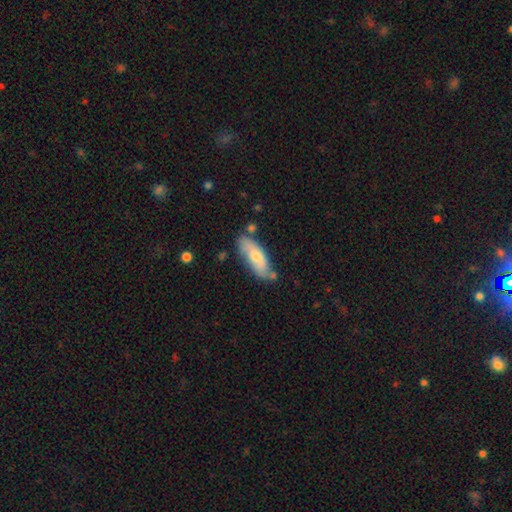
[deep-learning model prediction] The model was most divided on "smooth or featured": smooth: 56%, featured or disk: 36%, star or artifact: 7%. More confident: merging — none (72%); how rounded — in between (62%).